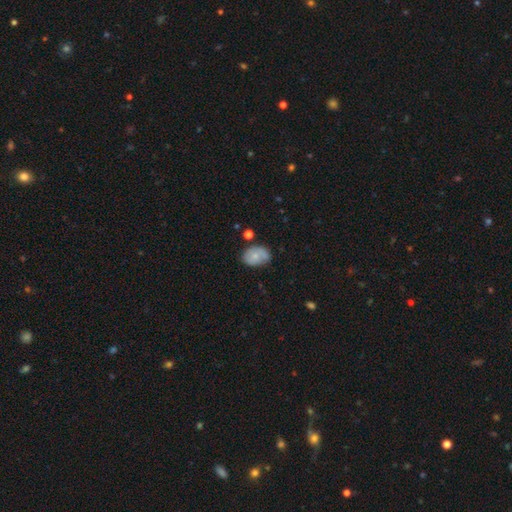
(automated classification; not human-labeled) This is likely a smooth galaxy (69%). How rounded: likely in between (76%). Merging: possibly none (55%).